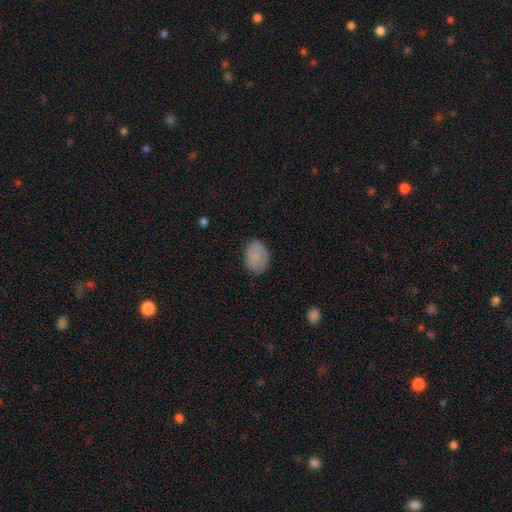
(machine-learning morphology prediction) smooth 83%, featured or disk 9%, star or artifact 8%. Down the decision tree: how rounded — in between (72%); merging — none (79%).